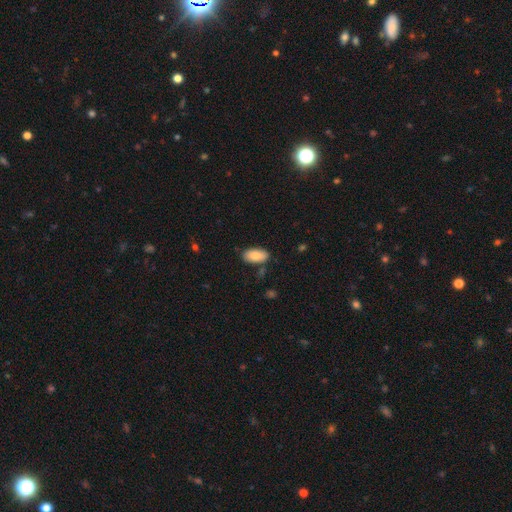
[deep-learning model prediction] This is clearly a smooth galaxy (85%). How rounded: clearly in between (93%). Merging: likely none (80%).